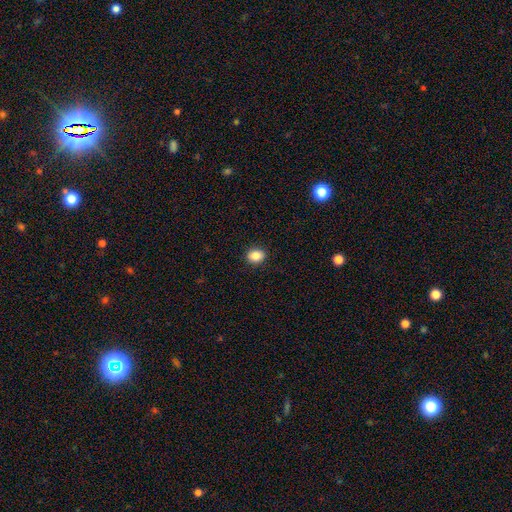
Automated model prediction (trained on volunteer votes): A smooth galaxy with no disk features (86%) that is round (55%).

Vote fractions:
- Smooth or featured? smooth: 86% / star or artifact: 9% / featured or disk: 5%
- How rounded? round: 55% / in between: 44% / cigar-shaped: 1%
- Merging? none: 91% / minor disturbance: 7% / major disturbance: 2% / merger: 1%